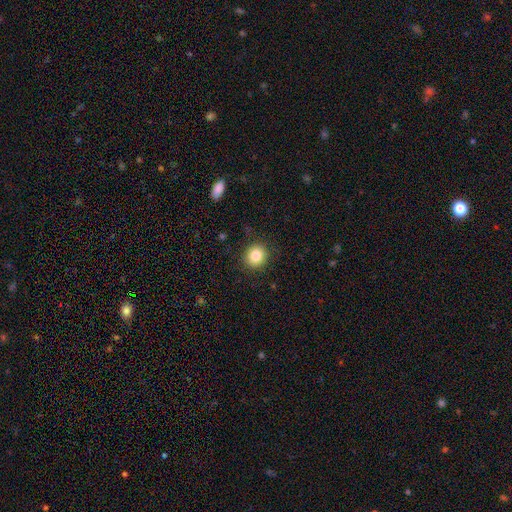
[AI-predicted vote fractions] The model was most divided on "how rounded": round: 84%, in between: 15%, cigar-shaped: 1%. More confident: merging — none (89%); smooth or featured — smooth (84%).